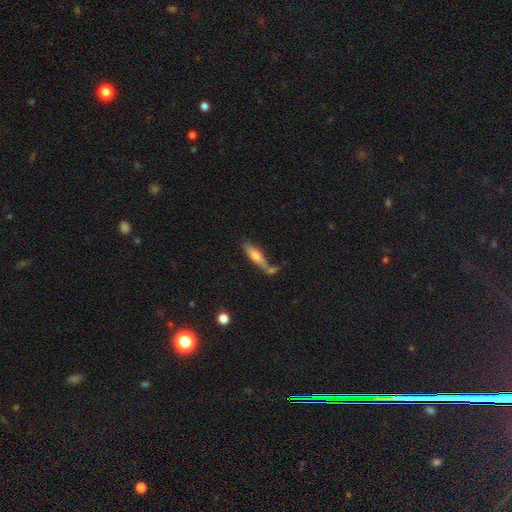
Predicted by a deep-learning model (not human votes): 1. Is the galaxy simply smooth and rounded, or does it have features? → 66% smooth, 27% featured or disk, 7% star or artifact.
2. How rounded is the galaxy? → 66% cigar-shaped, 32% in between, 2% round.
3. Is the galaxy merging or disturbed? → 50% none, 27% merger, 17% minor disturbance, 6% major disturbance.